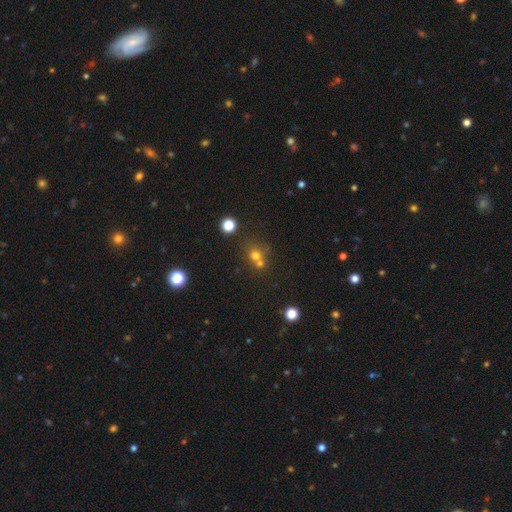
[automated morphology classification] Q: Smooth or featured?
A: smooth (66%); runner-up: star or artifact (21%)
Q: How rounded?
A: round (83%); runner-up: in between (16%)
Q: Merging?
A: none (48%); runner-up: merger (41%)